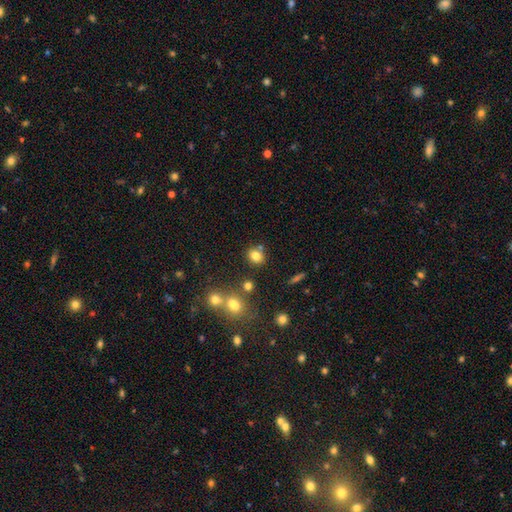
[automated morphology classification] smooth 79%, star or artifact 13%, featured or disk 8%. Down the decision tree: how rounded — round (59%); merging — none (73%).